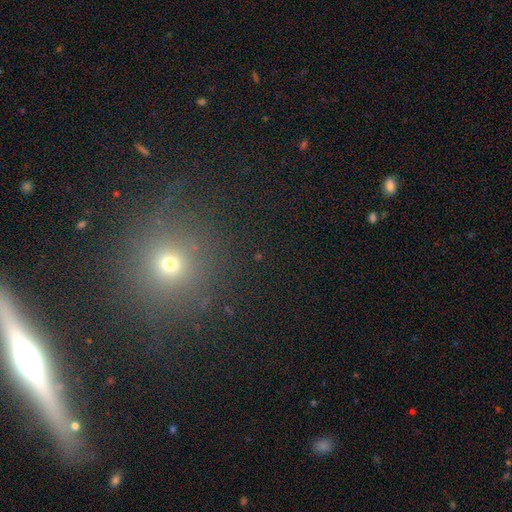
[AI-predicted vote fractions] smooth-or-featured: star or artifact: 46% | smooth: 39% | featured or disk: 15%